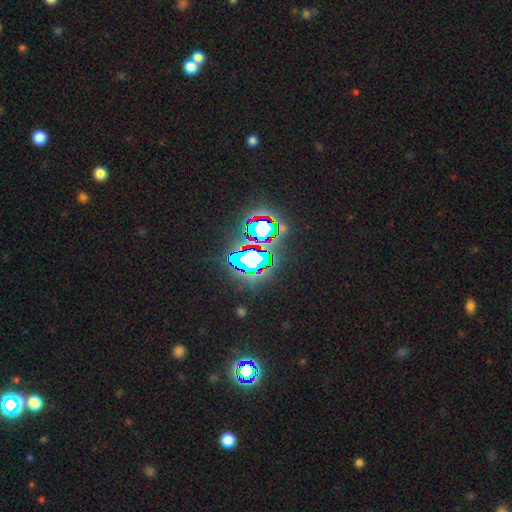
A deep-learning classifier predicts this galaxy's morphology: smooth_or_featured: star or artifact (p=0.83) [alt: smooth p=0.11]